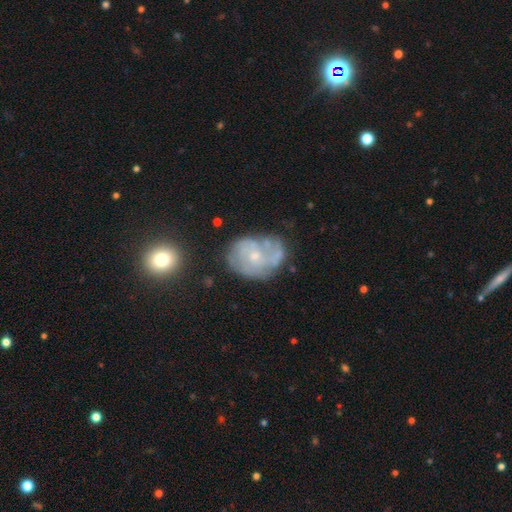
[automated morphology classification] A featured or disk galaxy (72%) with no bar (77%), tight (44%) spiral arms (76%) and a small central bulge (69%). Merging: none (47%).